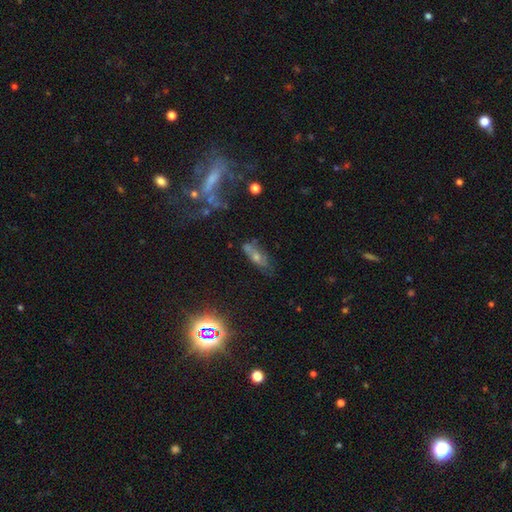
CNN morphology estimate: A featured or disk galaxy (43%).

Vote fractions:
- Smooth or featured? featured or disk: 43% / smooth: 38% / star or artifact: 20%
- Merging? none: 55% / minor disturbance: 24% / major disturbance: 13% / merger: 7%